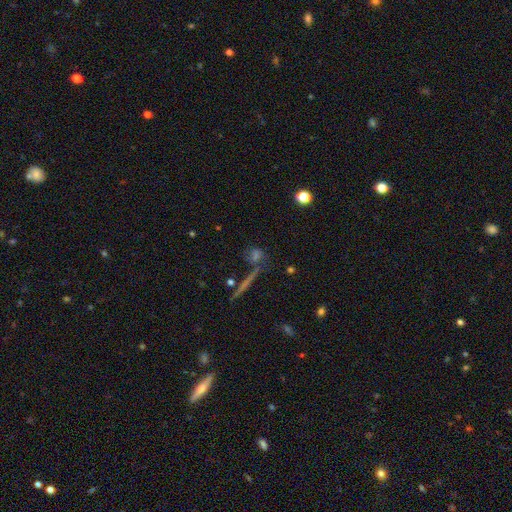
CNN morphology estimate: Smooth or featured: smooth — 38% (featured or disk — 34%)
Merging: none — 66% (merger — 15%)